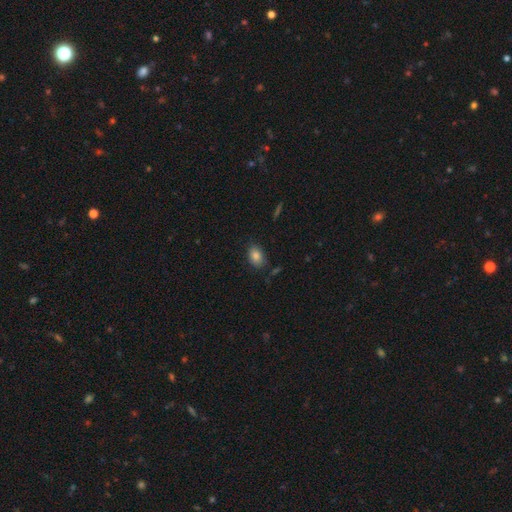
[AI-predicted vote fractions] Smooth or featured? smooth (84%)
How rounded? in between (81%)
Merging? none (78%)